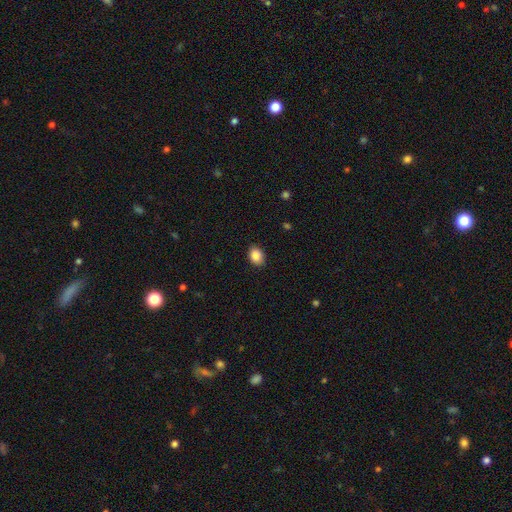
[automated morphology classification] smooth-or-featured: smooth: 88% | star or artifact: 8% | featured or disk: 4%
  how-rounded: in between: 66% | round: 33% | cigar-shaped: 1%
  merging: none: 87% | minor disturbance: 10% | major disturbance: 2% | merger: 1%